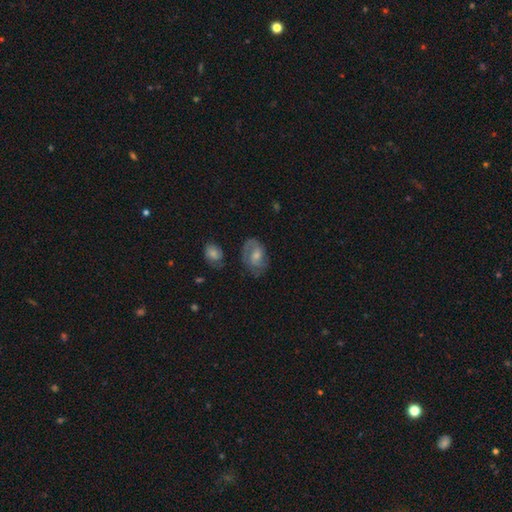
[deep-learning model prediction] Smooth or featured?
  - featured or disk: 50% *
  - smooth: 42%
  - star or artifact: 8%
Merging?
  - none: 58% *
  - minor disturbance: 25%
  - major disturbance: 14%
  - merger: 3%